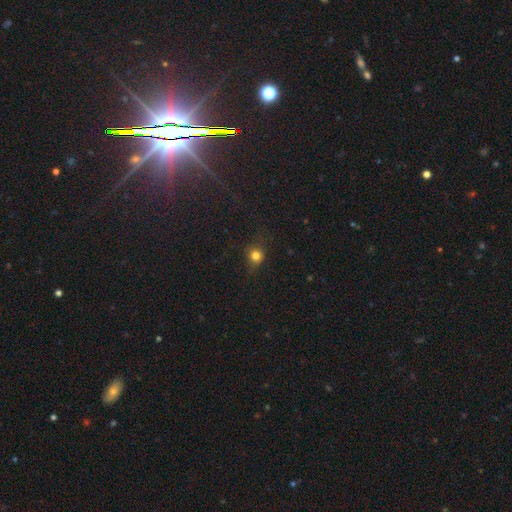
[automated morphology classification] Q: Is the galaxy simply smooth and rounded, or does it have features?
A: smooth — 77%.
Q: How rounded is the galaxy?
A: round — 87%.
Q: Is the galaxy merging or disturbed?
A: none — 81%.